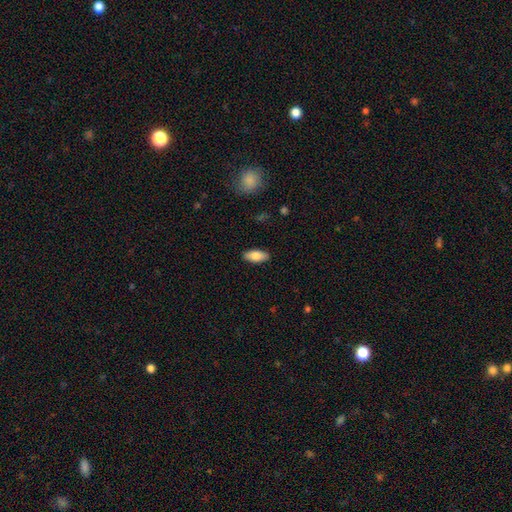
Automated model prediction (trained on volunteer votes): A smooth galaxy with no disk features (82%) that is in between round and cigar-shaped (87%). Merging: none (88%).